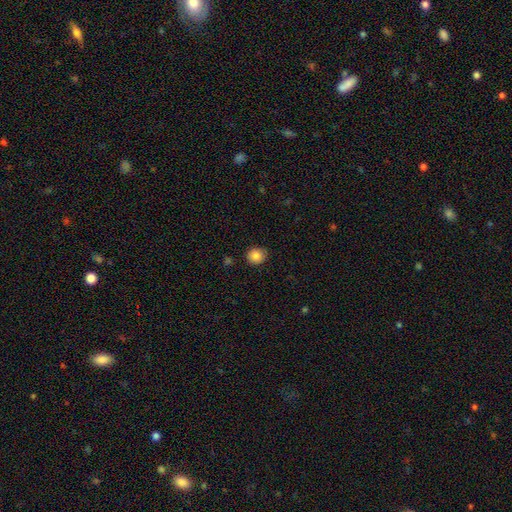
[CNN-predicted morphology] Smooth or featured?
  - smooth: 84% *
  - star or artifact: 9%
  - featured or disk: 6%
How rounded?
  - round: 82% *
  - in between: 17%
  - cigar-shaped: 1%
Merging?
  - none: 87% *
  - minor disturbance: 10%
  - major disturbance: 2%
  - merger: 1%